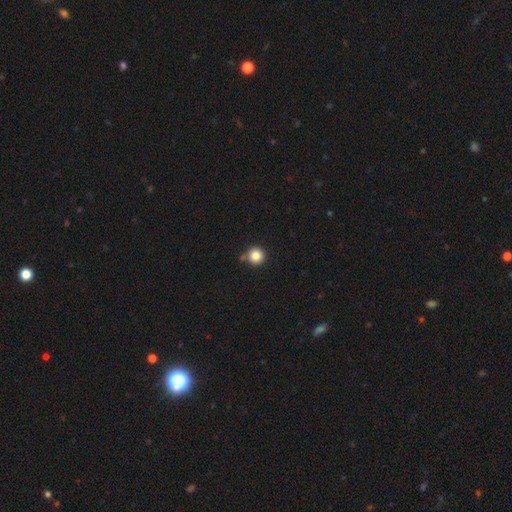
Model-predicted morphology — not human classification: This appears to be a smooth galaxy with no disk features (84%) that is round (95%). Merging: none (77%).